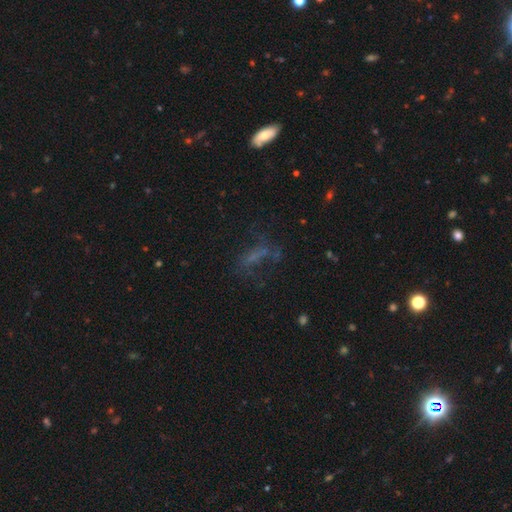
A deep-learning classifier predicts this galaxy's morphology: Overall: smooth (37%; featured or disk 34%). Merging: none (46%; major disturbance 30%).